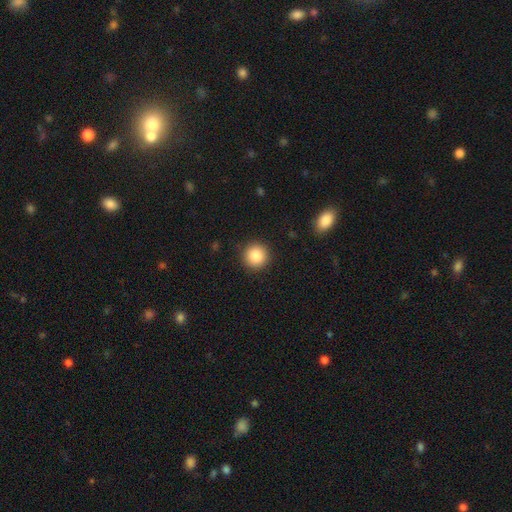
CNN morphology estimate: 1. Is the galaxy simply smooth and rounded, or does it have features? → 86% smooth, 9% star or artifact, 5% featured or disk.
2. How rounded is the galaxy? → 95% round, 4% in between, 1% cigar-shaped.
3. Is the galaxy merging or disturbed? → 91% none, 6% minor disturbance, 2% major disturbance, 1% merger.